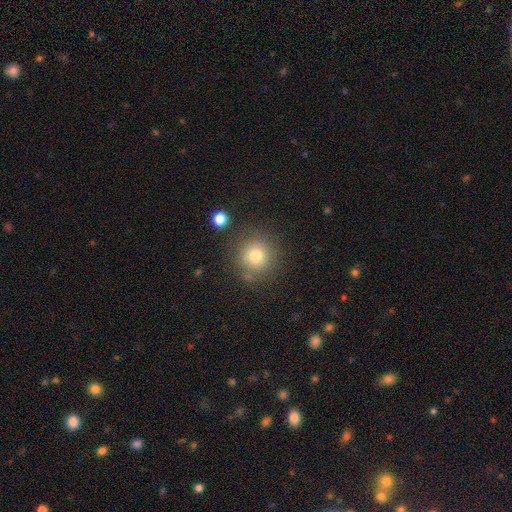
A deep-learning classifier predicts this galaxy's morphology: Overall: smooth (76%). How rounded: round (93%). Merging: none (80%).